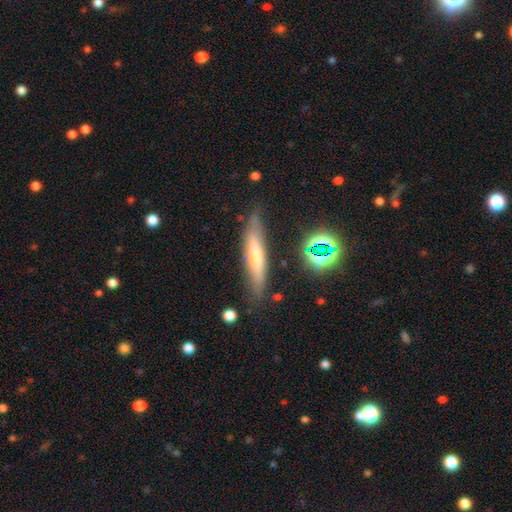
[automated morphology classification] A smooth galaxy with no disk features (49%). Merging: none (78%).